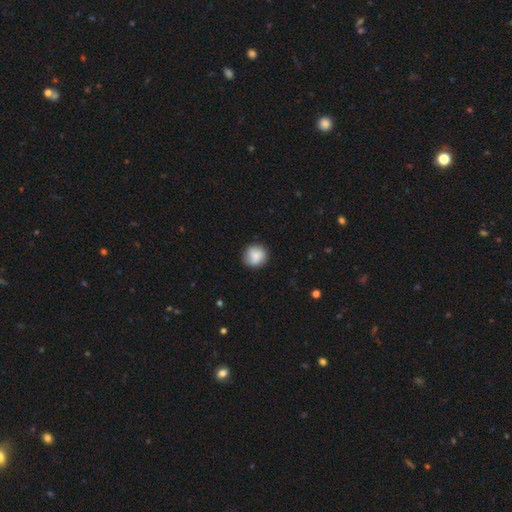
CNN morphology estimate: The model was most divided on "smooth or featured": smooth: 83%, featured or disk: 10%, star or artifact: 7%. More confident: how rounded — round (91%); merging — none (85%).